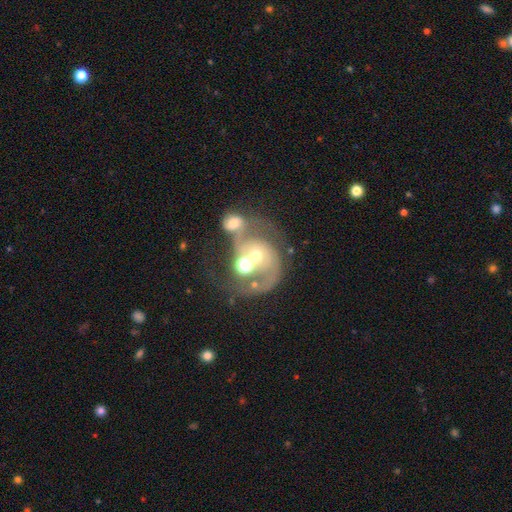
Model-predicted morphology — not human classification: Q: Smooth or featured?
A: featured or disk (76%); runner-up: smooth (15%)
Q: Edge-on disk?
A: no (98%); runner-up: yes (2%)
Q: Bar?
A: no (73%); runner-up: weak (20%)
Q: Spiral arms?
A: yes (88%); runner-up: no (12%)
Q: Spiral winding?
A: medium (46%); runner-up: loose (35%)
Q: Spiral arm count?
A: 2 (74%); runner-up: 1 (15%)
Q: Bulge size?
A: moderate (59%); runner-up: small (27%)
Q: Merging?
A: merger (53%); runner-up: none (21%)